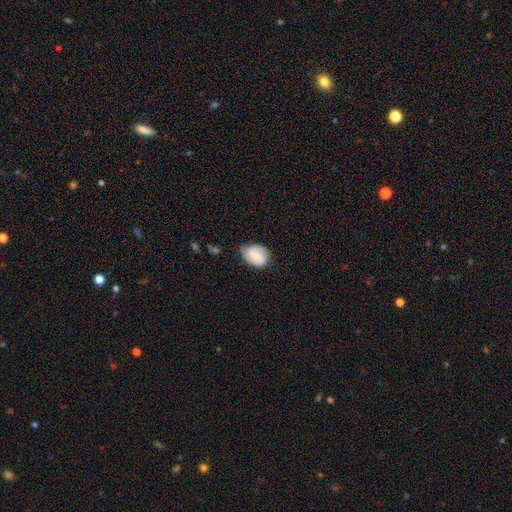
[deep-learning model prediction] Smooth or featured? smooth (57%)
How rounded? in between (63%)
Merging? none (58%)